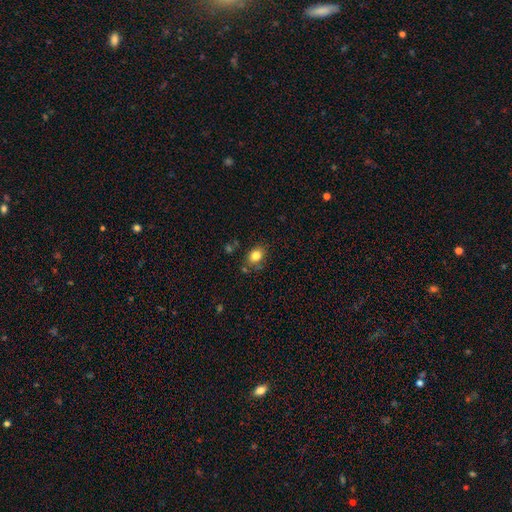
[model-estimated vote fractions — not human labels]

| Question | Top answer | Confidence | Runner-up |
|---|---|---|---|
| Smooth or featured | smooth | 83% | star or artifact (10%) |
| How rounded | in between | 60% | round (39%) |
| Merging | none | 76% | minor disturbance (15%) |